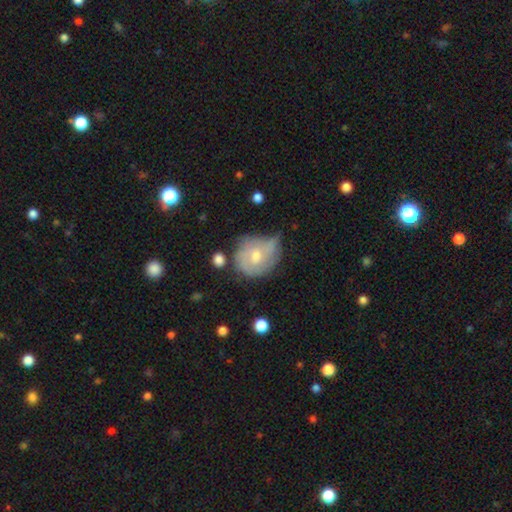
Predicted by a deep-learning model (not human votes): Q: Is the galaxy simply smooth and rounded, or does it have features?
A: featured or disk — 53%.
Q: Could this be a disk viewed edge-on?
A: no — 96%.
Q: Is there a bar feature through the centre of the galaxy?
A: no — 71%.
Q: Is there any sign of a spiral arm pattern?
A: yes — 67%.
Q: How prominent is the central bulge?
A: moderate — 57%.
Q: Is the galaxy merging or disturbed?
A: none — 43%.